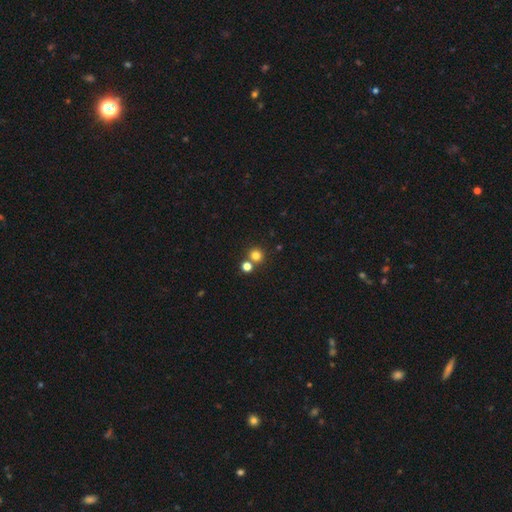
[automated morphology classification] Smooth or featured? Predicted: smooth (p=0.78). How rounded? Predicted: round (p=0.92). Merging? Predicted: none (p=0.71).